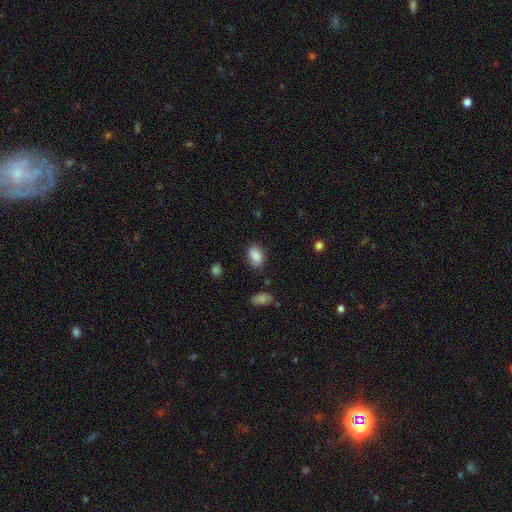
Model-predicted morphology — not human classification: A smooth galaxy with no disk features (86%) that is in between round and cigar-shaped (85%).

Vote fractions:
- Smooth or featured? smooth: 86% / star or artifact: 8% / featured or disk: 6%
- How rounded? in between: 85% / round: 14% / cigar-shaped: 1%
- Merging? none: 72% / minor disturbance: 20% / major disturbance: 5% / merger: 3%